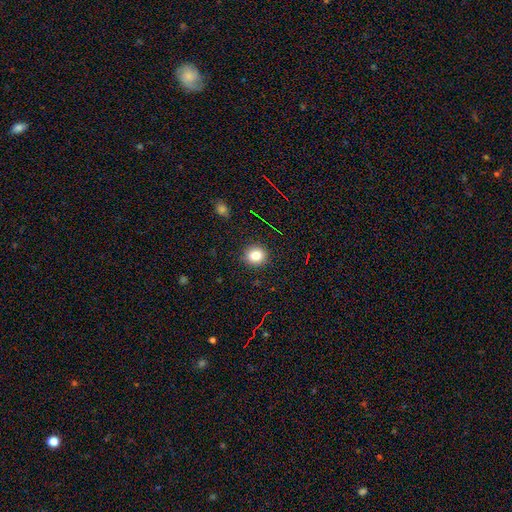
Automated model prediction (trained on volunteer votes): Morphology: type=smooth (81%); roundness=round (84%); merging=none (90%).